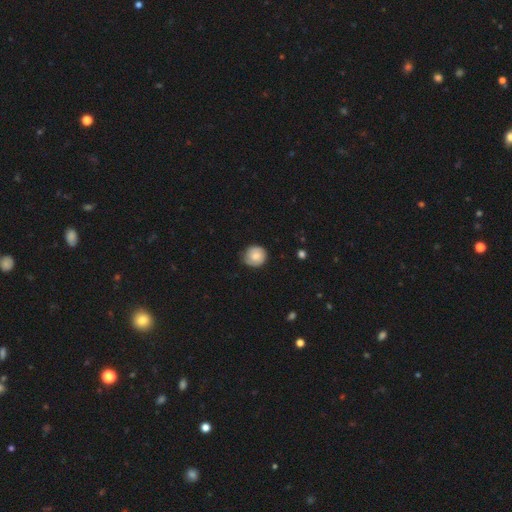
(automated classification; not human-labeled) The model was most divided on "smooth or featured": smooth: 72%, featured or disk: 20%, star or artifact: 7%. More confident: how rounded — round (90%); merging — none (81%).